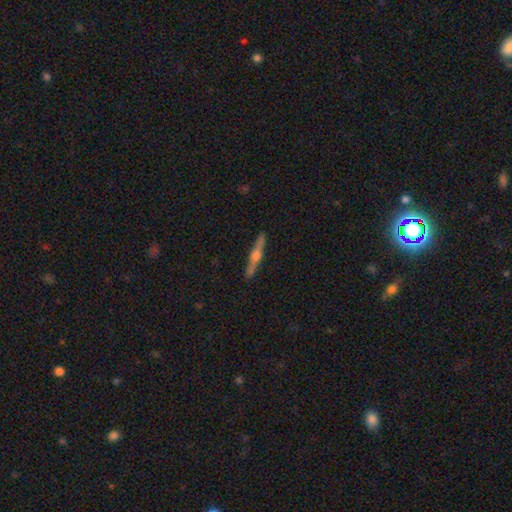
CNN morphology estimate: smooth_or_featured: featured or disk (p=0.78) [alt: smooth p=0.16]
disk_edge_on: yes (p=0.98) [alt: no p=0.02]
edge_on_bulge: rounded (p=0.89) [alt: boxy p=0.07]
merging: none (p=0.91) [alt: minor disturbance p=0.06]